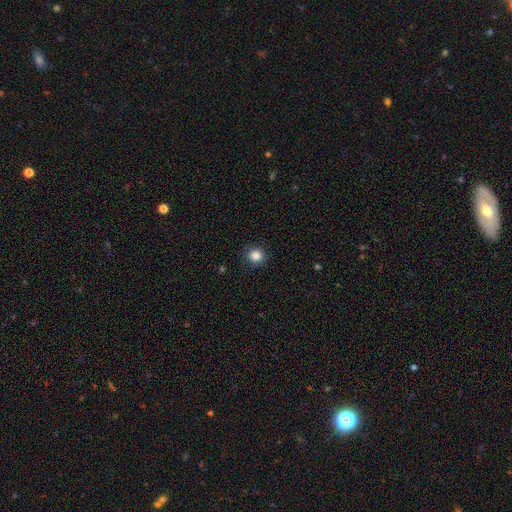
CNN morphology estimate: type=smooth (84%); roundness=round (90%); merging=none (91%).